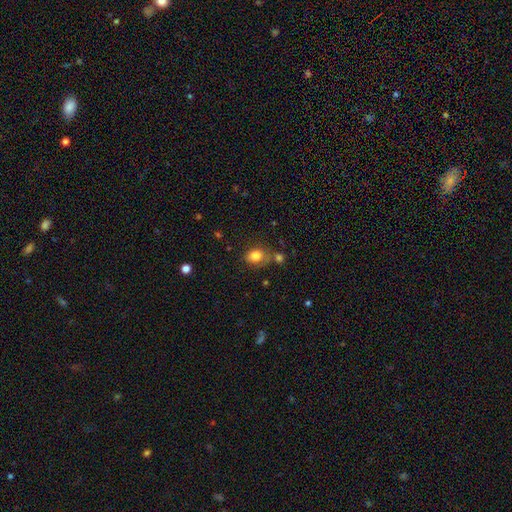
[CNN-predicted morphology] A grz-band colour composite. It shows a smooth galaxy with no disk features (83%) that is in between round and cigar-shaped (64%). Merging: none (59%).